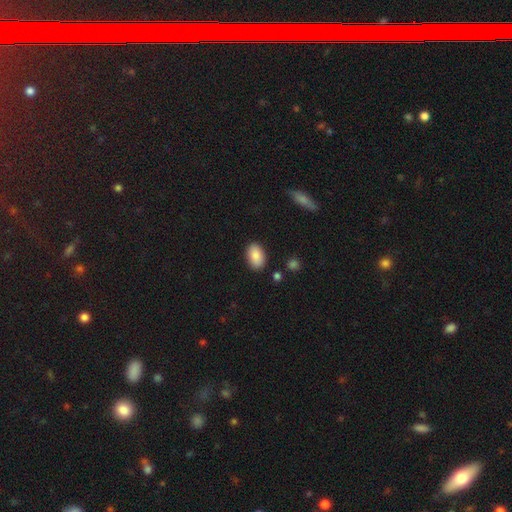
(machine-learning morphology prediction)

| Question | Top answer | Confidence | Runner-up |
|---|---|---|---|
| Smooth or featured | smooth | 87% | star or artifact (7%) |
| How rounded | in between | 91% | round (8%) |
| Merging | none | 87% | minor disturbance (9%) |